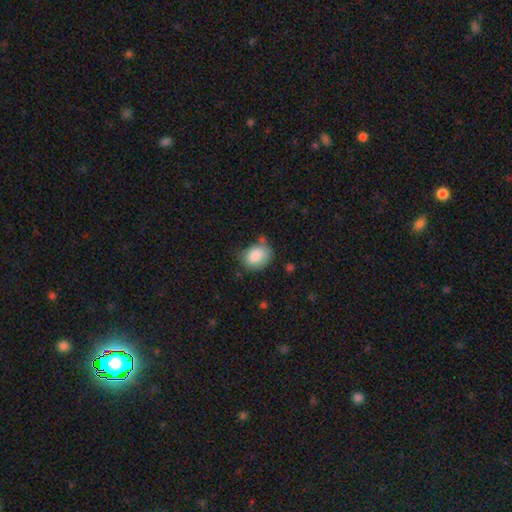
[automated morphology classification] Q: Smooth or featured?
A: smooth (83%); runner-up: featured or disk (9%)
Q: How rounded?
A: in between (57%); runner-up: round (42%)
Q: Merging?
A: none (58%); runner-up: minor disturbance (28%)